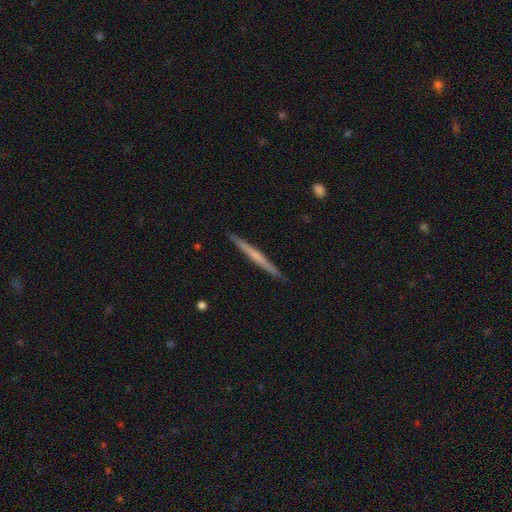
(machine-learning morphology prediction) Q: Smooth or featured?
A: featured or disk (59%); runner-up: smooth (35%)
Q: Edge-on disk?
A: yes (98%); runner-up: no (2%)
Q: Edge-on bulge?
A: none (63%); runner-up: rounded (31%)
Q: Merging?
A: none (92%); runner-up: minor disturbance (6%)